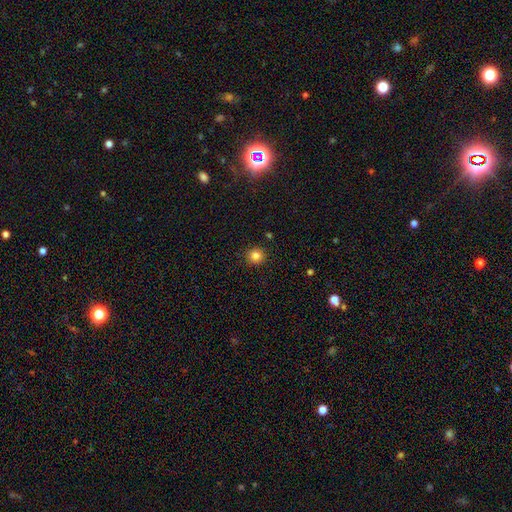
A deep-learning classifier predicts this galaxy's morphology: Smooth or featured?
  - smooth: 83% *
  - star or artifact: 12%
  - featured or disk: 5%
How rounded?
  - round: 93% *
  - in between: 6%
  - cigar-shaped: 1%
Merging?
  - none: 92% *
  - minor disturbance: 5%
  - major disturbance: 2%
  - merger: 1%